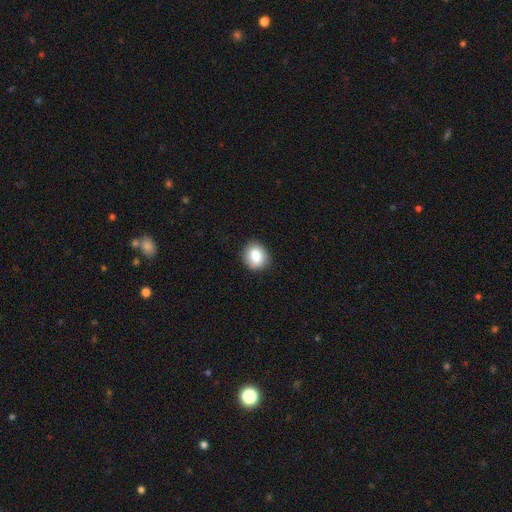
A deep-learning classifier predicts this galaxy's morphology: smooth-or-featured: smooth: 84% | star or artifact: 8% | featured or disk: 7%
  how-rounded: round: 66% | in between: 33% | cigar-shaped: 1%
  merging: none: 86% | minor disturbance: 11% | major disturbance: 2% | merger: 1%